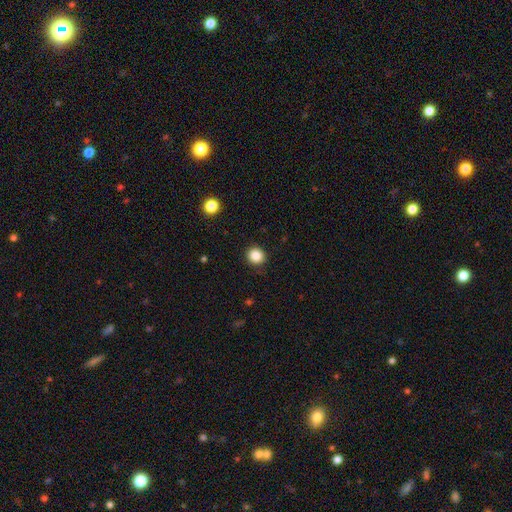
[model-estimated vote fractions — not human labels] Overall: smooth (86%). How rounded: round (88%). Merging: none (90%).